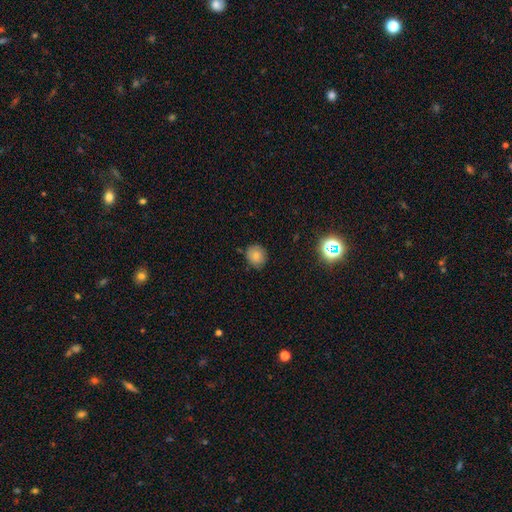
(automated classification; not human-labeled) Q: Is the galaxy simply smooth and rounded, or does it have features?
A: smooth — 76%.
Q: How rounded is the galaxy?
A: round — 85%.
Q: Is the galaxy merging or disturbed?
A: none — 81%.